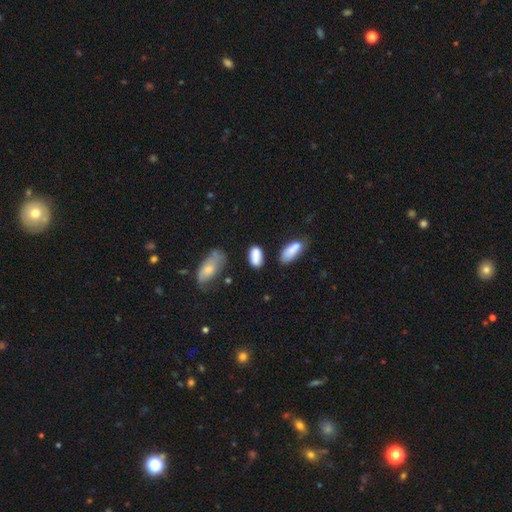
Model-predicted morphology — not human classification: type=smooth (82%); roundness=in between (88%); merging=none (62%).